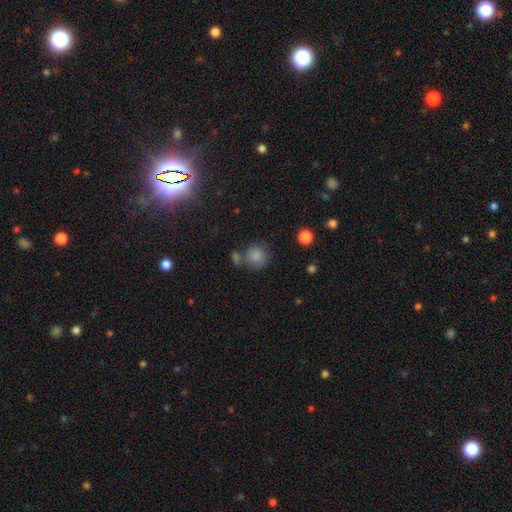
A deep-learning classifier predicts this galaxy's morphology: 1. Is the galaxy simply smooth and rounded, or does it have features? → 84% smooth, 10% star or artifact, 6% featured or disk.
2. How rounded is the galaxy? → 87% round, 12% in between, 1% cigar-shaped.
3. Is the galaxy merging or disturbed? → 61% none, 18% merger, 15% minor disturbance, 6% major disturbance.